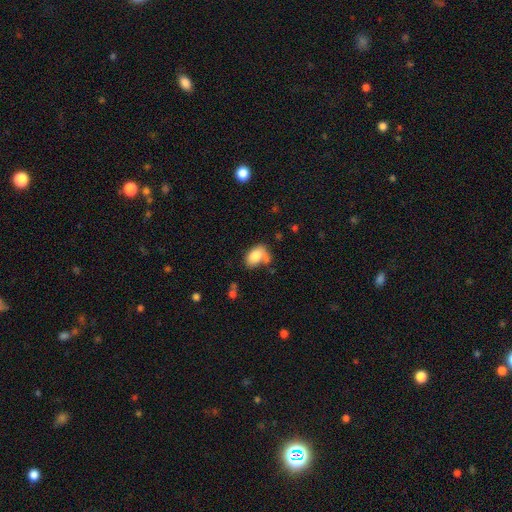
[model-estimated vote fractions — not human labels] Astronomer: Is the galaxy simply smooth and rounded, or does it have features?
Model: smooth — 78%.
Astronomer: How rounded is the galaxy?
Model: in between — 86%.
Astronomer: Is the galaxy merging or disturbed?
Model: none — 38% (runner-up: minor disturbance, 25%).